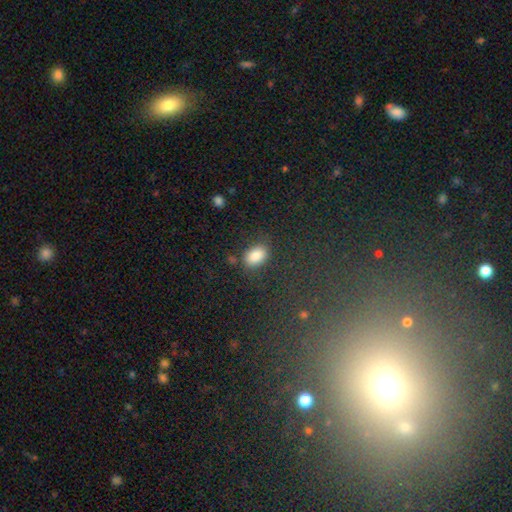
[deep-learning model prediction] The model was most divided on "merging": none: 75%, minor disturbance: 16%, major disturbance: 5%, merger: 4%. More confident: smooth or featured — smooth (86%); how rounded — in between (86%).